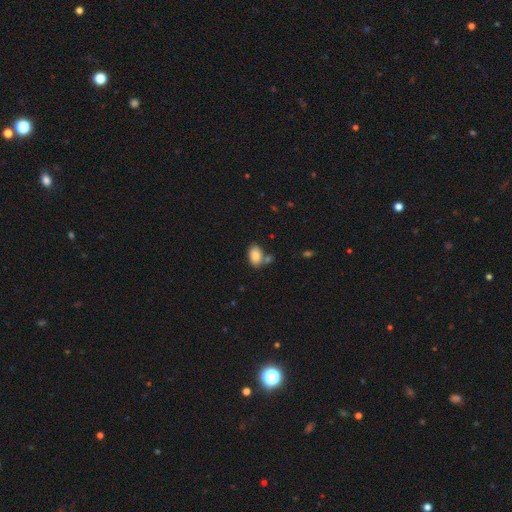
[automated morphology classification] This is clearly a smooth galaxy (84%). How rounded: clearly in between (88%). Merging: possibly none (57%).